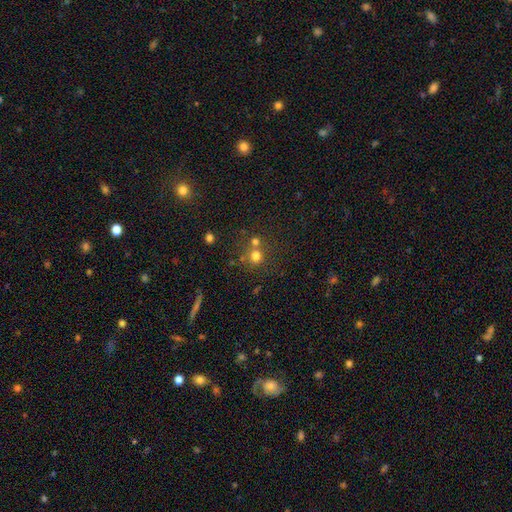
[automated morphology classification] smooth-or-featured: smooth: 72% | star or artifact: 18% | featured or disk: 11%
  how-rounded: round: 86% | in between: 13% | cigar-shaped: 1%
  merging: none: 56% | merger: 31% | minor disturbance: 8% | major disturbance: 4%